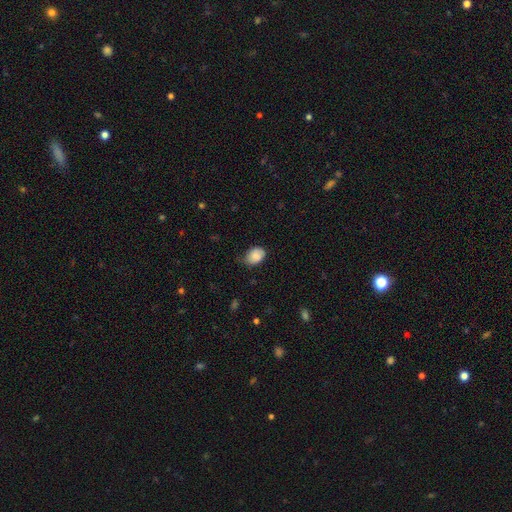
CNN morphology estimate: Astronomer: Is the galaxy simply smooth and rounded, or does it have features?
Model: smooth — 84%.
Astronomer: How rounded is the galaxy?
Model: in between — 75%.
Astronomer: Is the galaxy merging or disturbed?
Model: none — 59% (runner-up: minor disturbance, 34%).